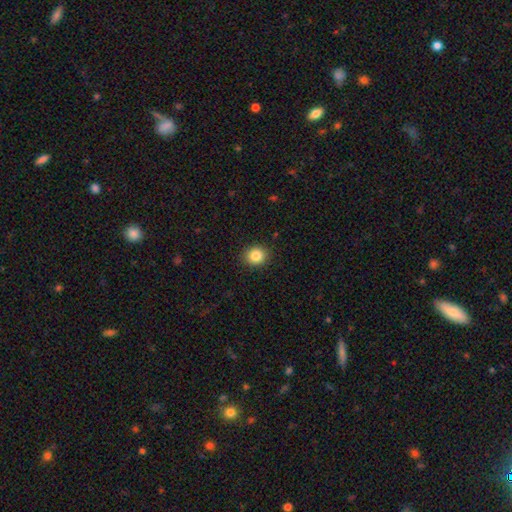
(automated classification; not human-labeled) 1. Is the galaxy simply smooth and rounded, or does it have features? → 85% smooth, 10% star or artifact, 5% featured or disk.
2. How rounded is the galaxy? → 76% round, 23% in between, 1% cigar-shaped.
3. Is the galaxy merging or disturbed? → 90% none, 7% minor disturbance, 2% major disturbance, 1% merger.